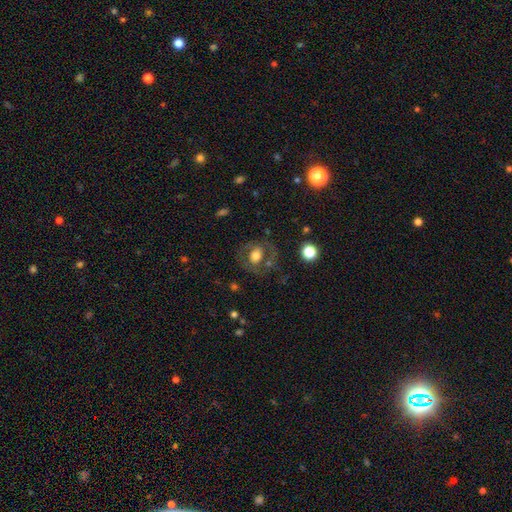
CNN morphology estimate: smooth 49%, featured or disk 42%, star or artifact 9%. Down the decision tree: merging — none (66%).